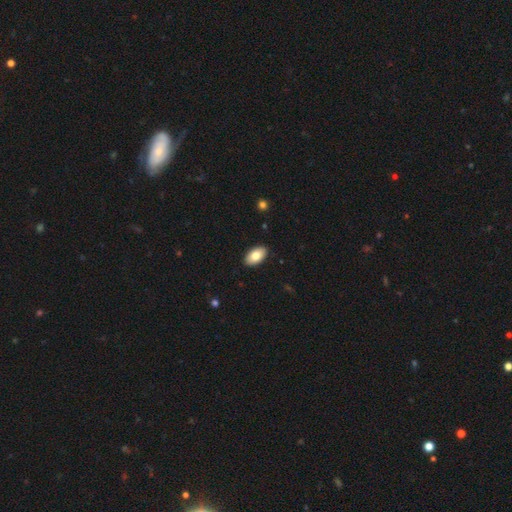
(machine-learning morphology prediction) The model was most divided on "smooth or featured": smooth: 81%, featured or disk: 12%, star or artifact: 7%. More confident: how rounded — in between (95%); merging — none (90%).